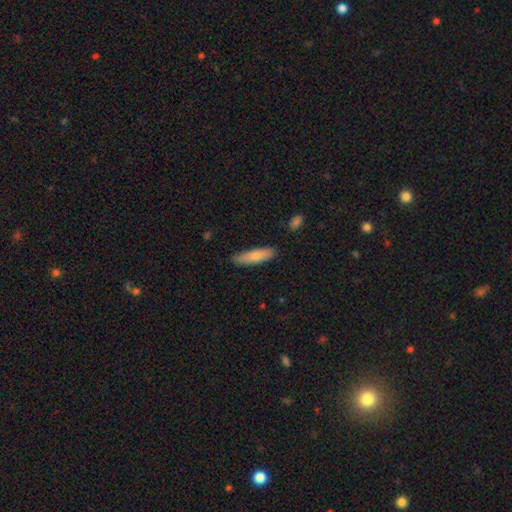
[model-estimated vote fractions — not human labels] smooth 78%, featured or disk 16%, star or artifact 6%. Down the decision tree: how rounded — cigar-shaped (70%); merging — none (84%).